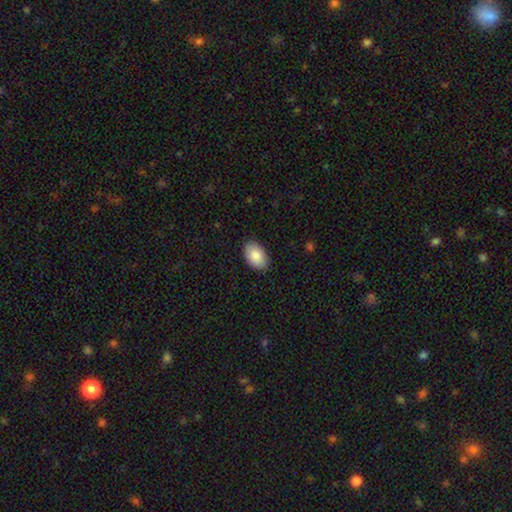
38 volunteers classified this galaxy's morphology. Smooth or featured? 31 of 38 (82%) said smooth. How rounded? 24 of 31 (77%) said in between. Merging? 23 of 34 (68%) said none.